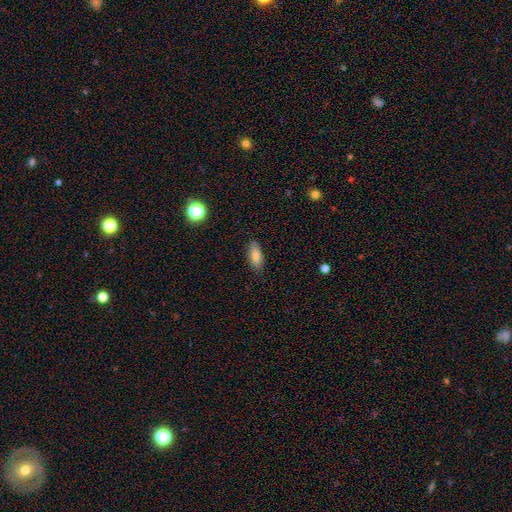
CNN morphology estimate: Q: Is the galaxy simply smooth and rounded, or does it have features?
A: smooth — 81%.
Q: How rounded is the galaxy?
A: in between — 81%.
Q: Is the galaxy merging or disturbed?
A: none — 84%.